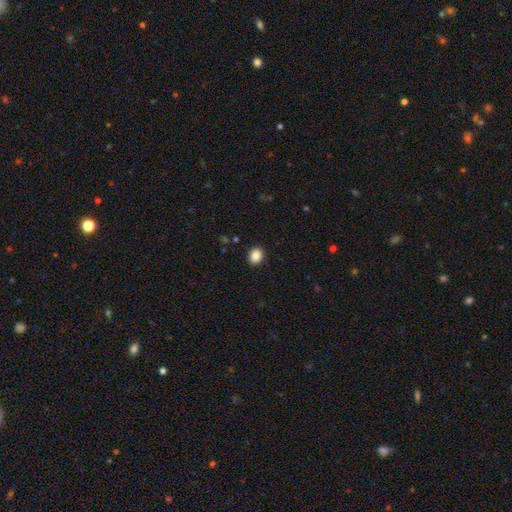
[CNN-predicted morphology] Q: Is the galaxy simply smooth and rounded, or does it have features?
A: smooth — 87%.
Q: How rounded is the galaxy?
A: round — 58%.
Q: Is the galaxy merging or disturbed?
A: none — 91%.